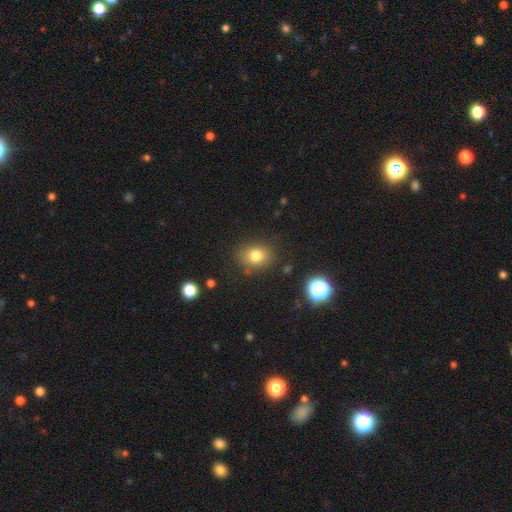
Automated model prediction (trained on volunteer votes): This appears to be a smooth galaxy with no disk features (78%) that is round (57%). Merging: none (82%).